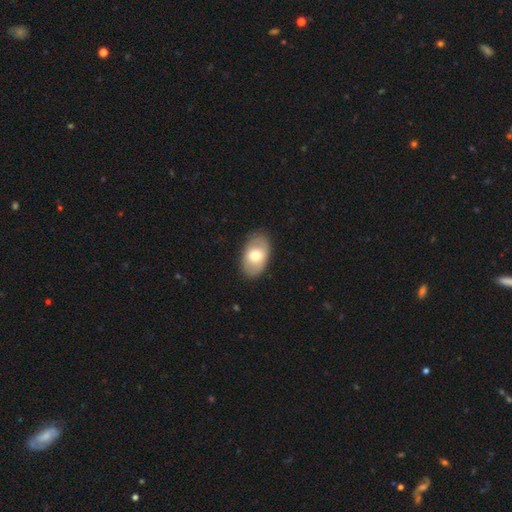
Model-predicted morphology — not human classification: Smooth or featured? Predicted: smooth (p=0.66). How rounded? Predicted: in between (p=0.90). Merging? Predicted: none (p=0.85).